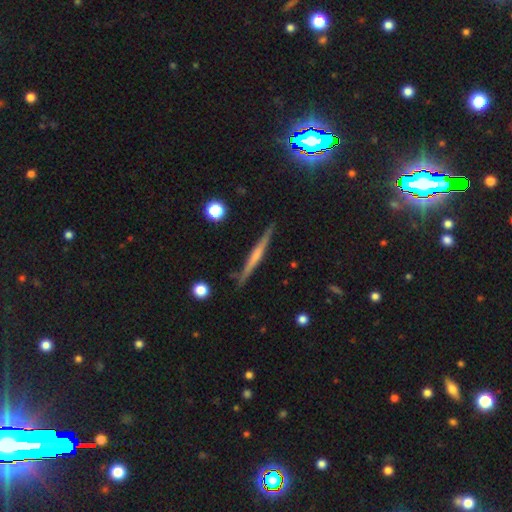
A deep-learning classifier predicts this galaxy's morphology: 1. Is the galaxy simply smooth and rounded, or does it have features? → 59% featured or disk, 34% smooth, 7% star or artifact.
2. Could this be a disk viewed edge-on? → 97% yes, 3% no.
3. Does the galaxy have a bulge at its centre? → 61% none, 26% rounded, 13% boxy.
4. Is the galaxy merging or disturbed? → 87% none, 9% minor disturbance, 2% major disturbance, 2% merger.